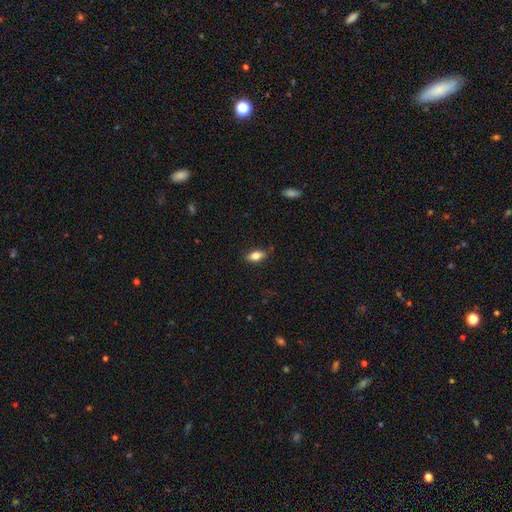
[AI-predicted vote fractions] Smooth or featured: smooth — 80% (featured or disk — 12%)
How rounded: in between — 87% (cigar-shaped — 8%)
Merging: none — 85% (minor disturbance — 12%)